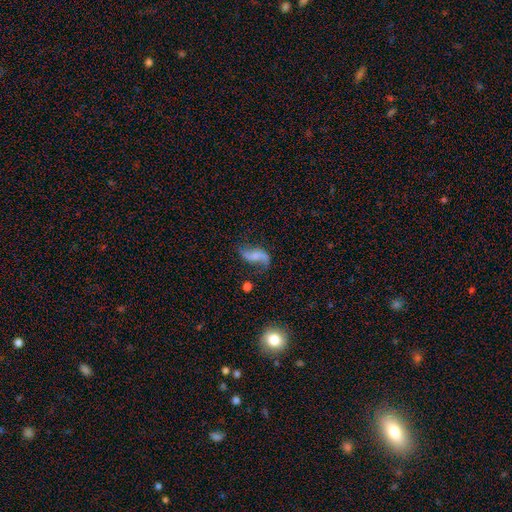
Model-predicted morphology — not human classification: smooth-or-featured: featured or disk: 70% | smooth: 21% | star or artifact: 9%
  disk-edge-on: no: 96% | yes: 4%
    bar: no: 49% | weak: 35% | strong: 16%
    has-spiral-arms: yes: 91% | no: 9%
      spiral-winding: loose: 87% | medium: 10% | tight: 3%
      spiral-arm-count: 2: 89% | 1: 6% | can't tell: 3% | 3: 1% | 4: 1% | more than 4: 1%
    bulge-size: none: 42% | small: 31% | moderate: 20% | large: 5% | dominant: 2%
  merging: none: 59% | minor disturbance: 22% | major disturbance: 15% | merger: 4%